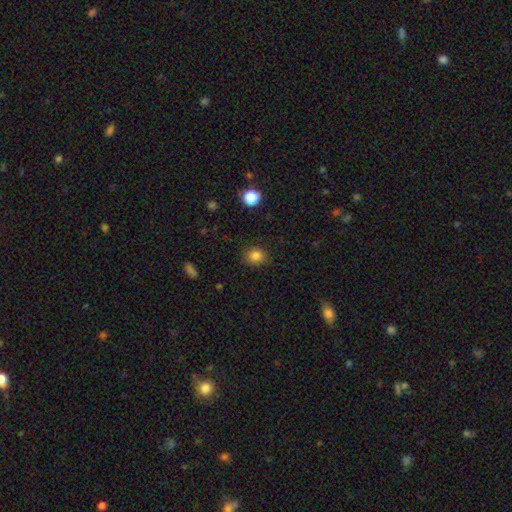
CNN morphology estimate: Overall: smooth (83%). How rounded: round (70%). Merging: none (86%).